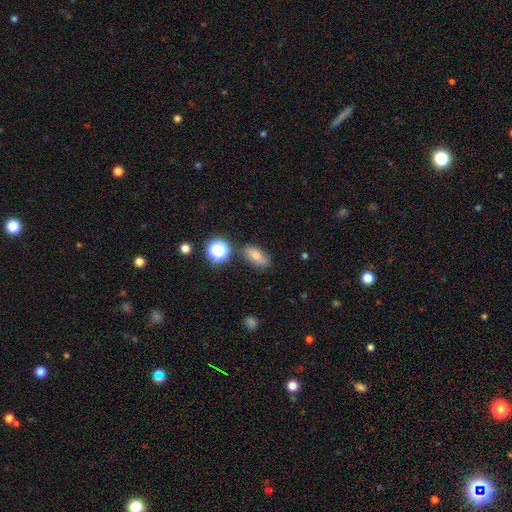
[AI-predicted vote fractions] Smooth or featured?
  - smooth: 74% *
  - star or artifact: 13%
  - featured or disk: 13%
How rounded?
  - in between: 79% *
  - round: 12%
  - cigar-shaped: 9%
Merging?
  - none: 76% *
  - minor disturbance: 14%
  - merger: 6%
  - major disturbance: 4%